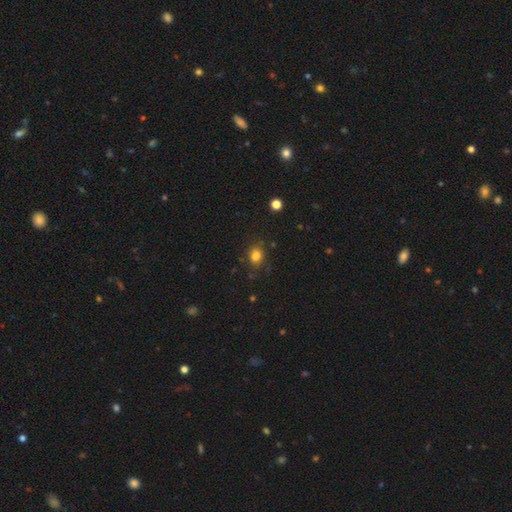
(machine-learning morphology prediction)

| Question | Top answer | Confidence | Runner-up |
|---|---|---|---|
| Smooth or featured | smooth | 81% | star or artifact (14%) |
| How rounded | round | 53% | in between (46%) |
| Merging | none | 78% | minor disturbance (15%) |